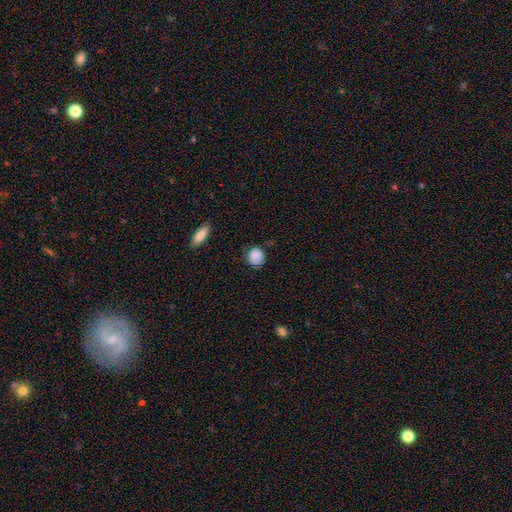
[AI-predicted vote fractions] Smooth or featured?
  - smooth: 87% *
  - star or artifact: 9%
  - featured or disk: 5%
How rounded?
  - round: 80% *
  - in between: 19%
  - cigar-shaped: 1%
Merging?
  - none: 73% *
  - minor disturbance: 21%
  - major disturbance: 4%
  - merger: 2%